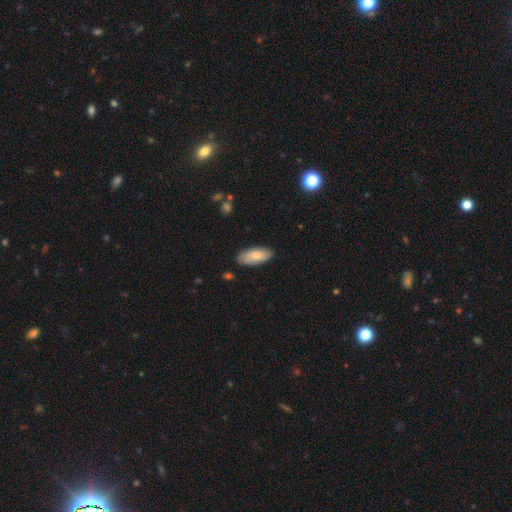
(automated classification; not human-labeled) smooth_or_featured: smooth (p=0.76) [alt: featured or disk p=0.18]
how_rounded: in between (p=0.87) [alt: cigar-shaped p=0.11]
merging: none (p=0.83) [alt: minor disturbance p=0.14]